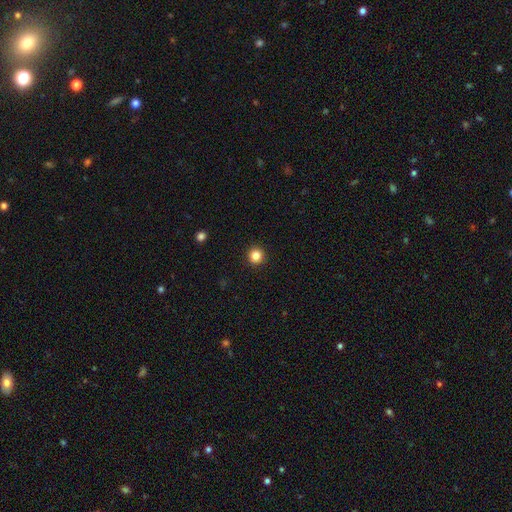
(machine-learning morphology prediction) Overall: smooth (84%). How rounded: round (95%). Merging: none (93%).